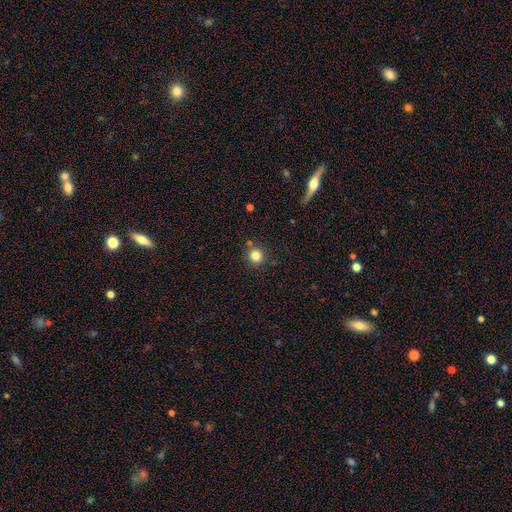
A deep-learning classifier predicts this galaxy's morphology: Smooth or featured? Predicted: smooth (p=0.83). How rounded? Predicted: round (p=0.91). Merging? Predicted: none (p=0.84).